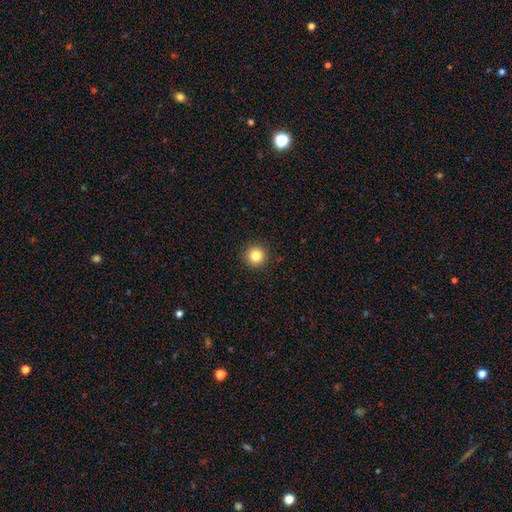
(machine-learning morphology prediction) This appears to be a smooth galaxy with no disk features (83%) that is round (96%). Merging: none (93%).